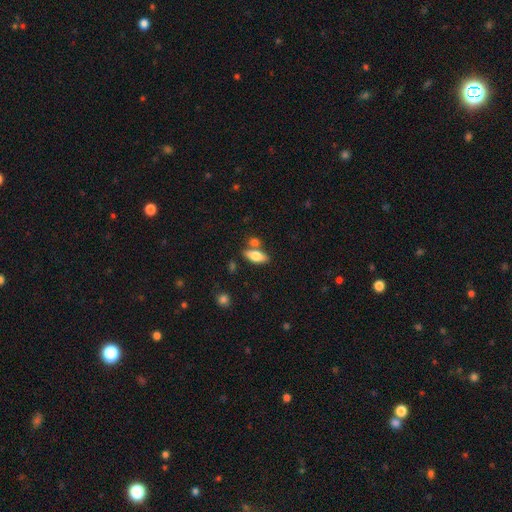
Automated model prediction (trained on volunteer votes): A smooth galaxy with no disk features (74%) that is in between round and cigar-shaped (78%).

Vote fractions:
- Smooth or featured? smooth: 74% / featured or disk: 20% / star or artifact: 7%
- How rounded? in between: 78% / cigar-shaped: 19% / round: 3%
- Merging? none: 67% / merger: 17% / minor disturbance: 12% / major disturbance: 3%